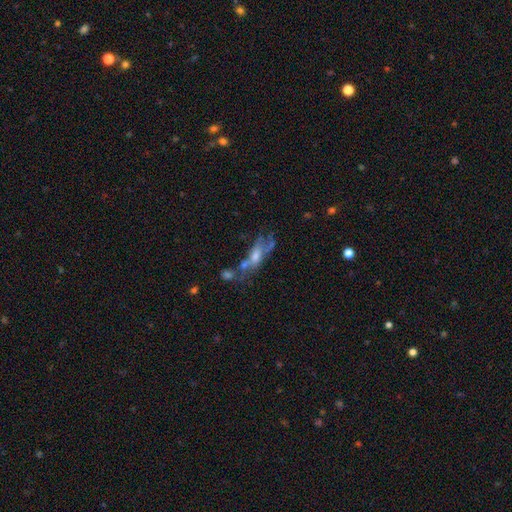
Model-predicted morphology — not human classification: The model was most divided on "merging" (2-way tie): none: 31%, merger: 31%, major disturbance: 22%, minor disturbance: 16%. More confident: edge-on disk — no (74%); smooth or featured — featured or disk (55%).